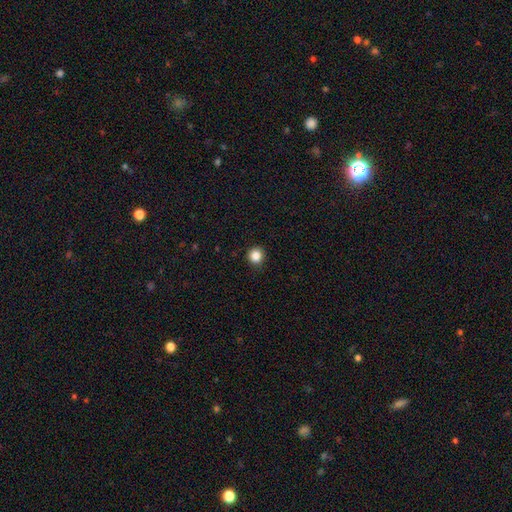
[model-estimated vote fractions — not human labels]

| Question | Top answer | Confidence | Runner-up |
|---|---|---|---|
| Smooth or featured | smooth | 85% | star or artifact (11%) |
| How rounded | round | 93% | in between (6%) |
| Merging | none | 90% | minor disturbance (7%) |